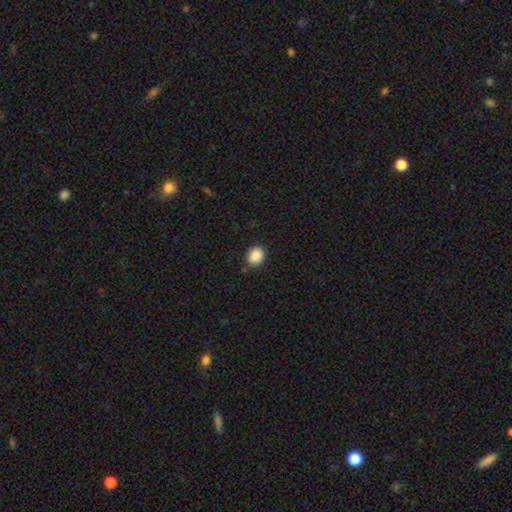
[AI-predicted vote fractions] Overall: smooth (89%). How rounded: round (55%; in between 44%). Merging: none (86%).